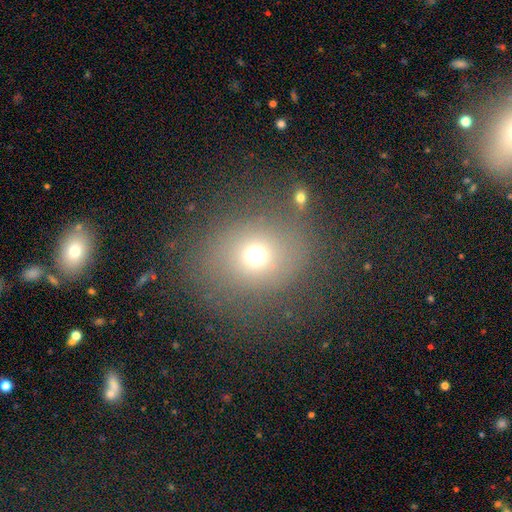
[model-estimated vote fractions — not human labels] Smooth or featured: smooth — 68% (star or artifact — 21%)
How rounded: round — 76% (in between — 23%)
Merging: none — 74% (minor disturbance — 12%)